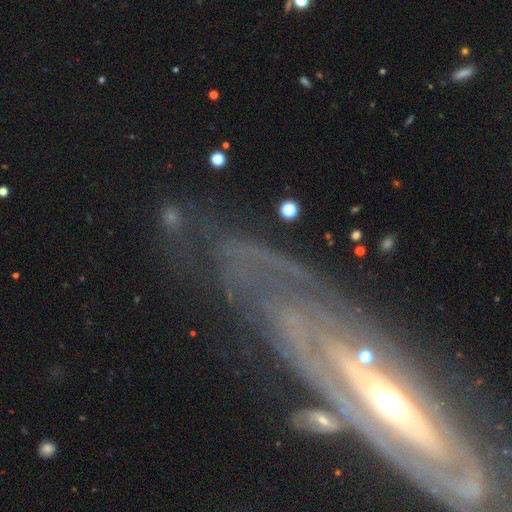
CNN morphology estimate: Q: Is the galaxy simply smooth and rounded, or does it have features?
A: featured or disk — 67%.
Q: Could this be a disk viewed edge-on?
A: no — 78%.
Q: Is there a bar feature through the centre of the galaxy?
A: no — 51%.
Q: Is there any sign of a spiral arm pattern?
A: yes — 81%.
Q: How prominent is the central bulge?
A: small — 46%.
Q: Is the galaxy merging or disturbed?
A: none — 67%.